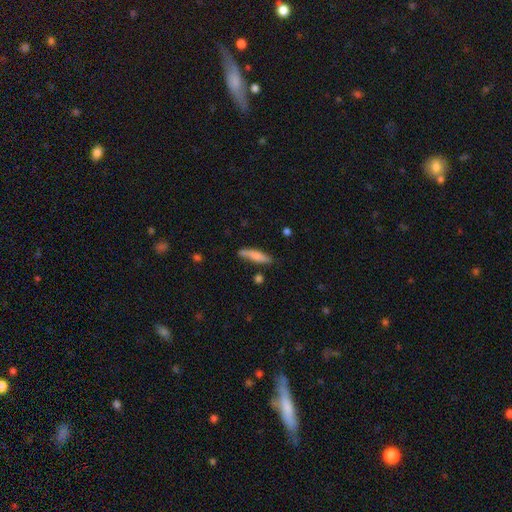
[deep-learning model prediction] smooth-or-featured: smooth: 72% | featured or disk: 22% | star or artifact: 6%
  how-rounded: cigar-shaped: 80% | in between: 19% | round: 2%
  merging: none: 70% | minor disturbance: 21% | merger: 5% | major disturbance: 5%